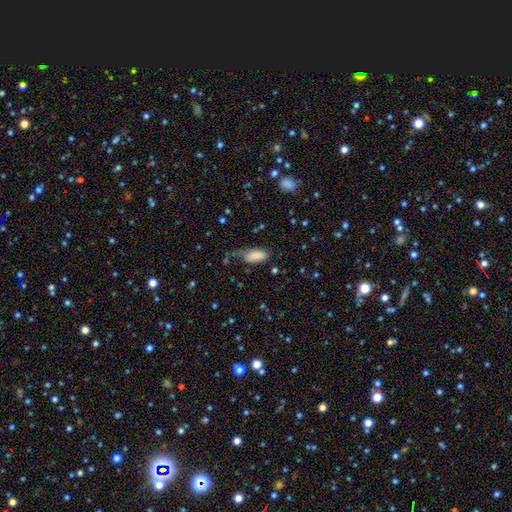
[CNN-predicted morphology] Smooth or featured?
  - smooth: 84% *
  - featured or disk: 9%
  - star or artifact: 7%
How rounded?
  - in between: 89% *
  - cigar-shaped: 9%
  - round: 2%
Merging?
  - none: 42% *
  - minor disturbance: 37%
  - major disturbance: 18%
  - merger: 3%